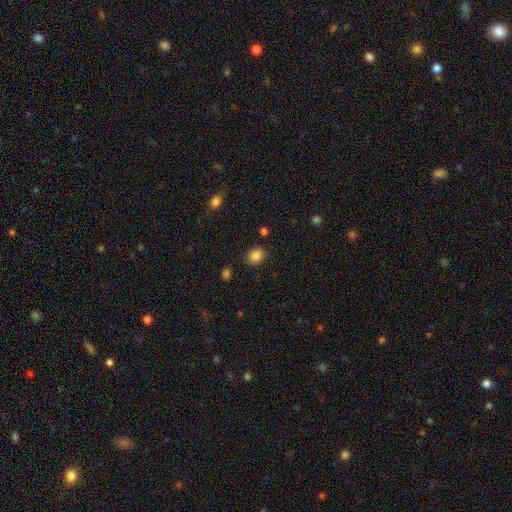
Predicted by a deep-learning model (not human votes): This appears to be a smooth galaxy with no disk features (86%) that is in between round and cigar-shaped (50%). Merging: none (85%).